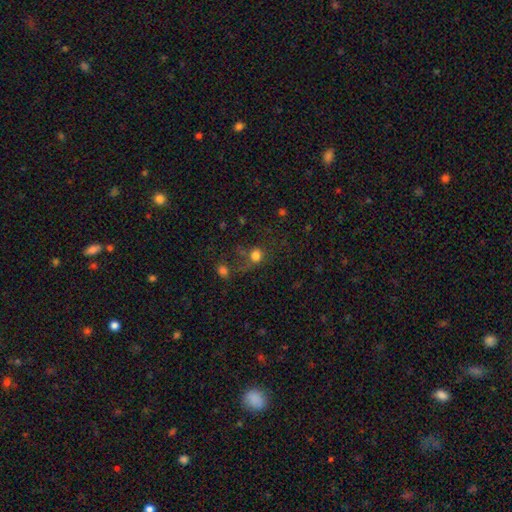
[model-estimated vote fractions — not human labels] Smooth or featured: smooth — 71% (star or artifact — 18%)
How rounded: round — 78% (in between — 21%)
Merging: none — 46% (major disturbance — 20%)